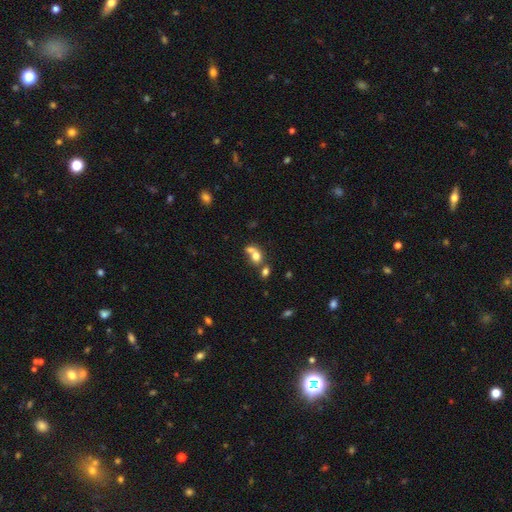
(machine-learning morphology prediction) Smooth or featured? Predicted: smooth (p=0.70). How rounded? Predicted: round (p=0.57). Merging? Predicted: merger (p=0.60).